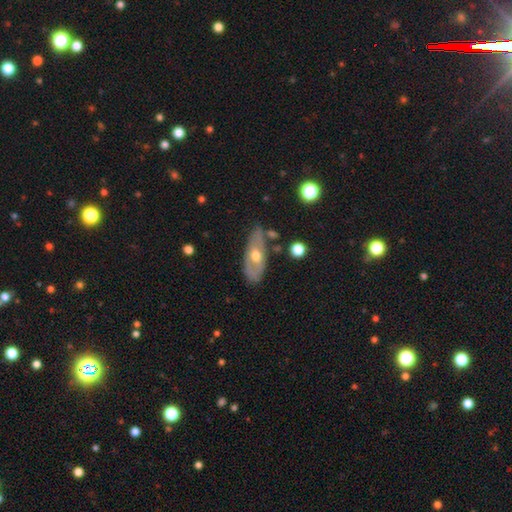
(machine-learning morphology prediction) smooth-or-featured: featured or disk: 63% | smooth: 29% | star or artifact: 8%
  disk-edge-on: no: 74% | yes: 26%
  merging: none: 72% | minor disturbance: 19% | major disturbance: 5% | merger: 4%